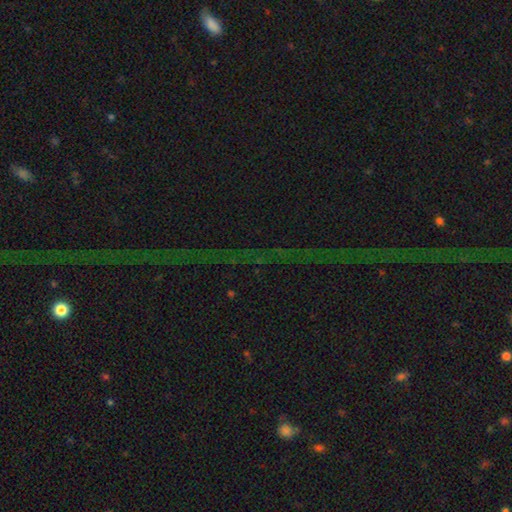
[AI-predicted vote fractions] A star or artifact, not a galaxy (78%).

Vote fractions:
- Smooth or featured? star or artifact: 78% / featured or disk: 13% / smooth: 9%